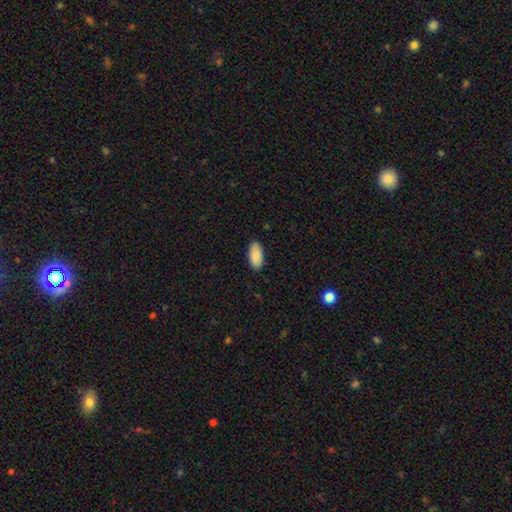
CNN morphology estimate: Q: Smooth or featured?
A: smooth (90%); runner-up: star or artifact (6%)
Q: How rounded?
A: in between (94%); runner-up: cigar-shaped (5%)
Q: Merging?
A: none (88%); runner-up: minor disturbance (9%)